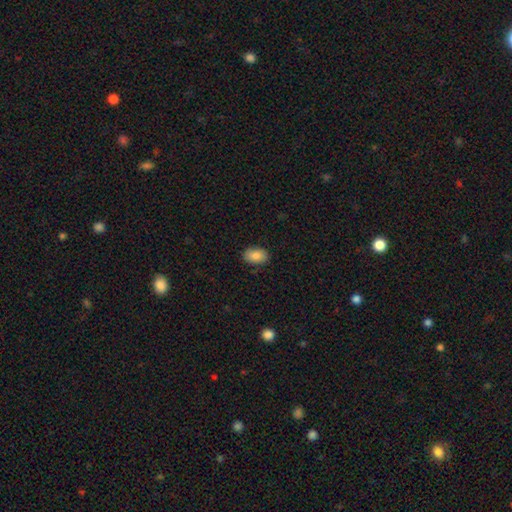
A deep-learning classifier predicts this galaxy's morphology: Smooth or featured?
  - smooth: 86% *
  - star or artifact: 7%
  - featured or disk: 6%
How rounded?
  - in between: 88% *
  - round: 11%
  - cigar-shaped: 1%
Merging?
  - none: 87% *
  - minor disturbance: 10%
  - major disturbance: 2%
  - merger: 1%